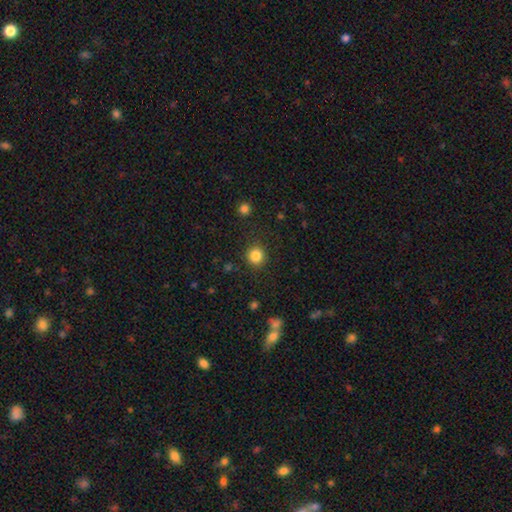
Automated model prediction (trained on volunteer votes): Q: Smooth or featured?
A: smooth (84%); runner-up: star or artifact (11%)
Q: How rounded?
A: round (93%); runner-up: in between (6%)
Q: Merging?
A: none (89%); runner-up: minor disturbance (7%)